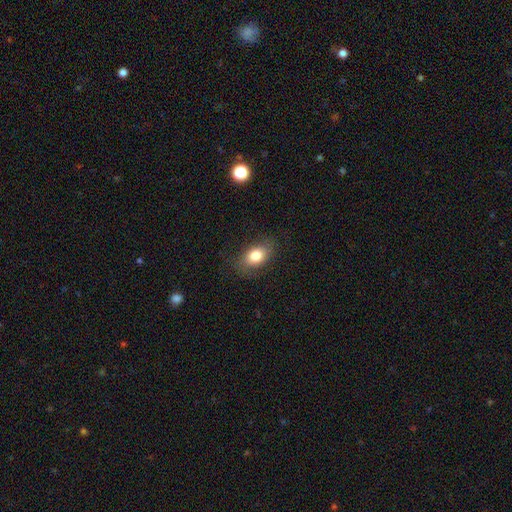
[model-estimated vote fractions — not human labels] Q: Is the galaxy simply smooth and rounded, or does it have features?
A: smooth — 81%.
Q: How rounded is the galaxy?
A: in between — 84%.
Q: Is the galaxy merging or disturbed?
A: none — 80%.